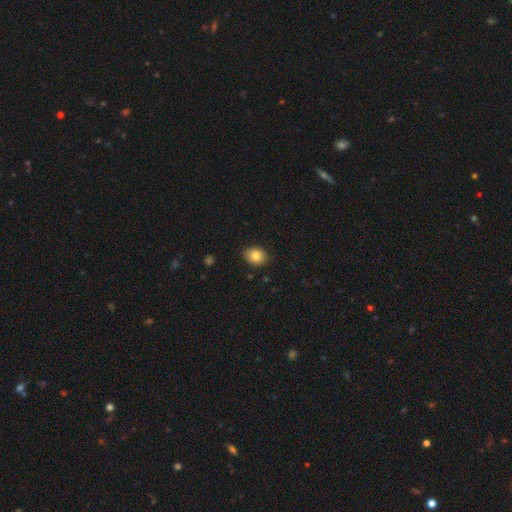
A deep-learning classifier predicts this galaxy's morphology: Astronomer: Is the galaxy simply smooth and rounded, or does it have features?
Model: smooth — 84%.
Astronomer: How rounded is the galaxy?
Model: round — 51% (runner-up: in between, 48%).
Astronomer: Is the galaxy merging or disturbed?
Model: none — 87%.